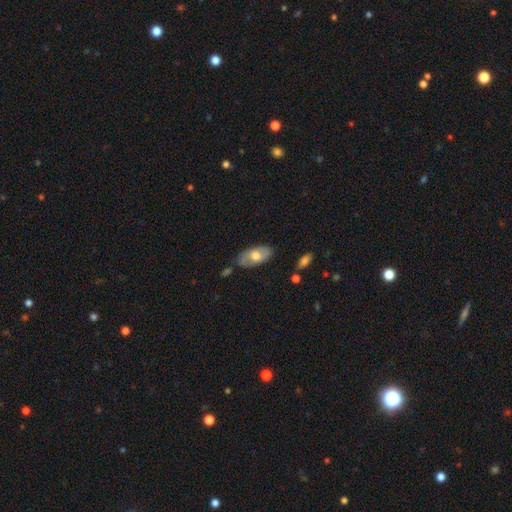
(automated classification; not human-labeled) A smooth galaxy with no disk features (59%) that is in between round and cigar-shaped (92%). Merging: none (74%).